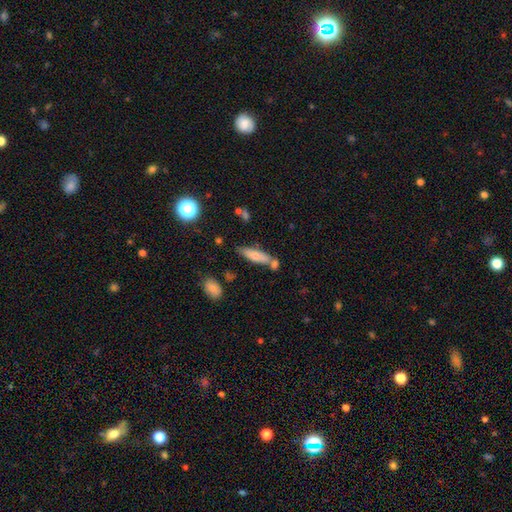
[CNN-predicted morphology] Smooth or featured: smooth — 73% (featured or disk — 19%)
How rounded: cigar-shaped — 61% (in between — 37%)
Merging: none — 56% (merger — 22%)